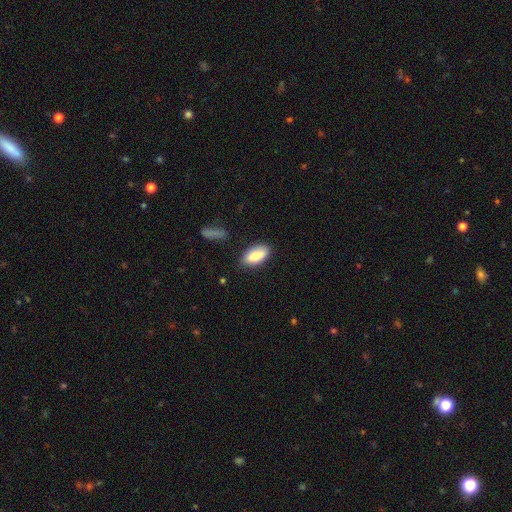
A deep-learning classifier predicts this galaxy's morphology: Smooth or featured? smooth (87%)
How rounded? in between (90%)
Merging? none (79%)